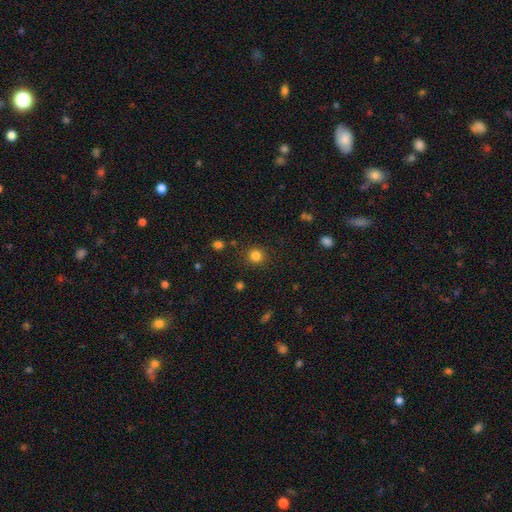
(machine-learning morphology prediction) This is clearly a smooth galaxy (83%). How rounded: clearly round (92%). Merging: clearly none (89%).